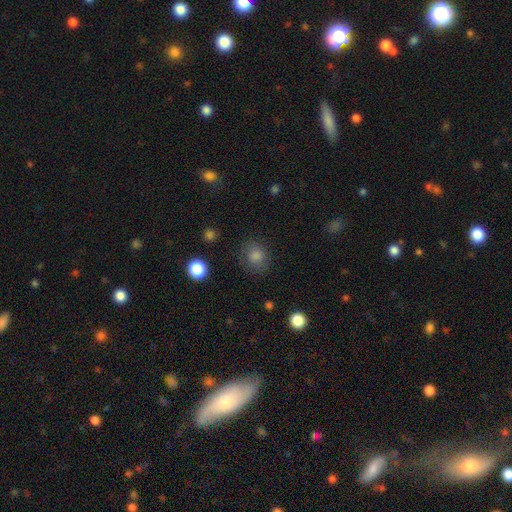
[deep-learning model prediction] smooth-or-featured: smooth: 80% | star or artifact: 12% | featured or disk: 7%
  how-rounded: round: 72% | in between: 27% | cigar-shaped: 1%
  merging: none: 79% | minor disturbance: 14% | major disturbance: 5% | merger: 2%